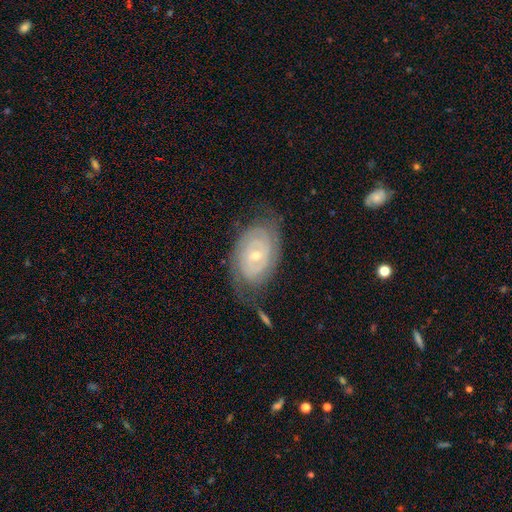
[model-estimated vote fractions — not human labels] This is clearly a featured or disk galaxy (81%). It is clearly not viewed edge-on (96%). Bar: likely no (63%). Spiral arm pattern: clearly yes (90%). Spiral arm count: possibly 2 (46%). Spiral winding: likely tight (76%). Central bulge: likely small (64%). Merging: likely none (67%).